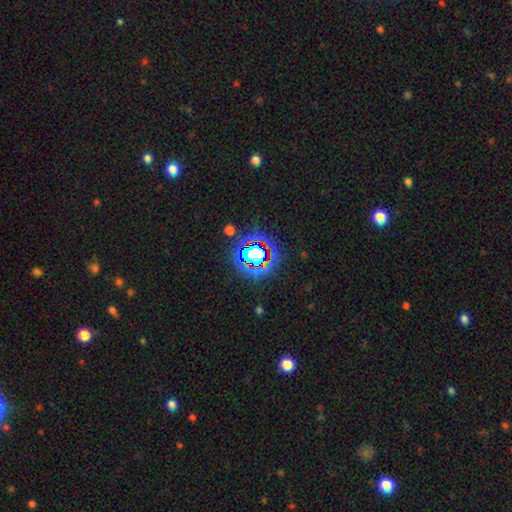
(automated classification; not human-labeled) Smooth or featured?
  - star or artifact: 63% *
  - smooth: 23%
  - featured or disk: 14%